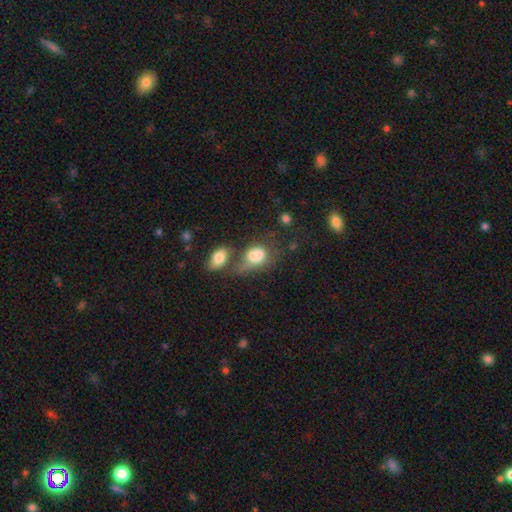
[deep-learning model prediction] smooth_or_featured: smooth (p=0.75) [alt: featured or disk p=0.15]
how_rounded: in between (p=0.71) [alt: round p=0.27]
merging: merger (p=0.45) [alt: major disturbance p=0.20]